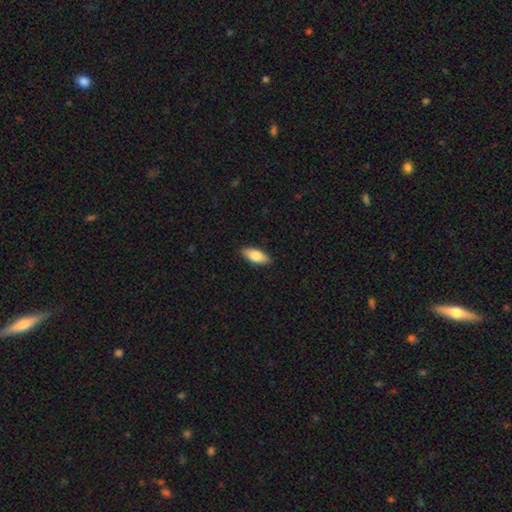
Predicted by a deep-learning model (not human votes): Smooth or featured? Predicted: smooth (p=0.81). How rounded? Predicted: in between (p=0.84). Merging? Predicted: none (p=0.89).